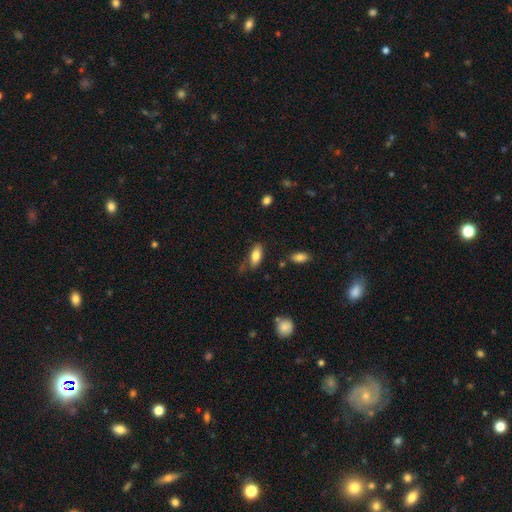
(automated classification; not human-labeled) smooth_or_featured: smooth (p=0.78) [alt: featured or disk p=0.15]
how_rounded: in between (p=0.82) [alt: cigar-shaped p=0.15]
merging: none (p=0.63) [alt: minor disturbance p=0.25]